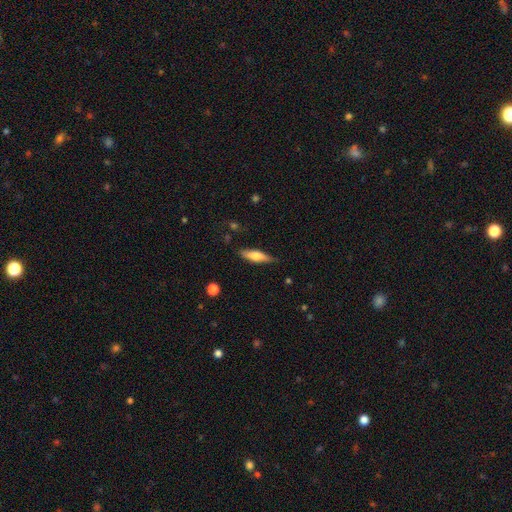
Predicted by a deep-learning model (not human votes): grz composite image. It shows a smooth galaxy with no disk features (60%) that is cigar-shaped (61%). Merging: none (82%).